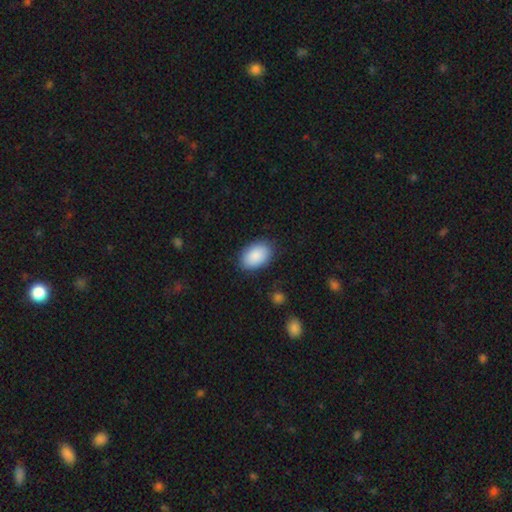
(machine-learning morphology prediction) The model was most divided on "merging": none: 85%, minor disturbance: 11%, major disturbance: 3%, merger: 1%. More confident: how rounded — in between (90%); smooth or featured — smooth (89%).